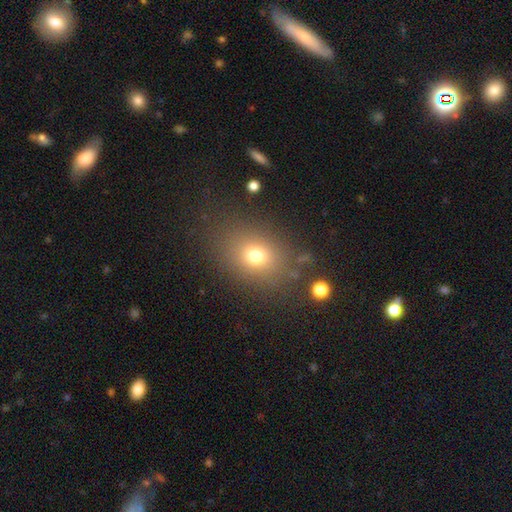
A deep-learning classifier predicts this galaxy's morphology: Smooth or featured: smooth — 72% (star or artifact — 17%)
How rounded: in between — 53% (round — 46%)
Merging: none — 78% (minor disturbance — 12%)